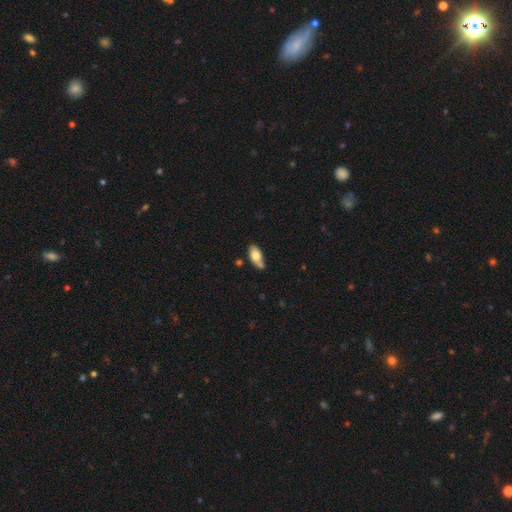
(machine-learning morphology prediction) Smooth or featured?
  - smooth: 73% *
  - featured or disk: 20%
  - star or artifact: 7%
How rounded?
  - in between: 89% *
  - cigar-shaped: 7%
  - round: 4%
Merging?
  - none: 51% *
  - minor disturbance: 25%
  - merger: 18%
  - major disturbance: 6%